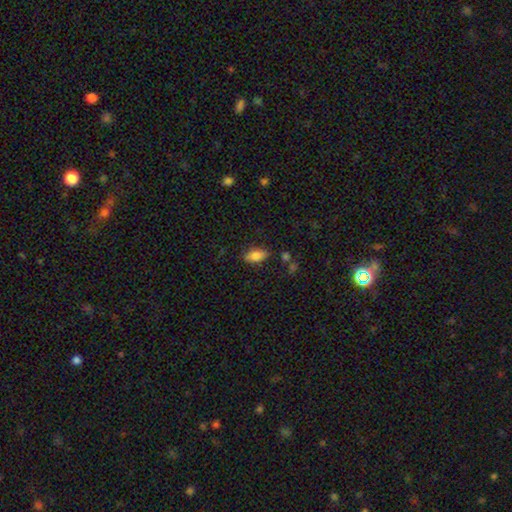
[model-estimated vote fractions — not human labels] This appears to be a smooth galaxy with no disk features (81%) that is in between round and cigar-shaped (87%). Merging: none (80%).